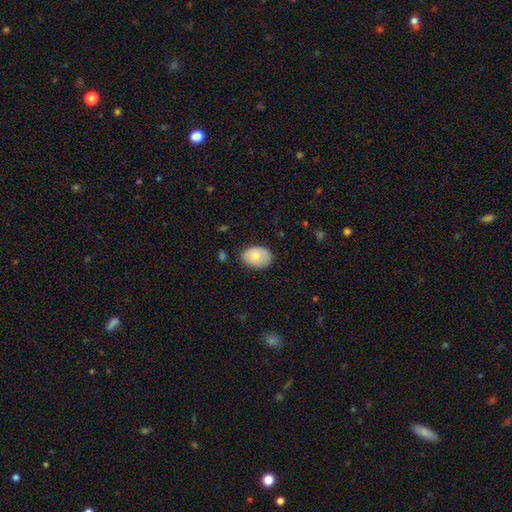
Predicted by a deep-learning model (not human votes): smooth 76%, featured or disk 18%, star or artifact 7%. Down the decision tree: how rounded — in between (80%); merging — none (78%).